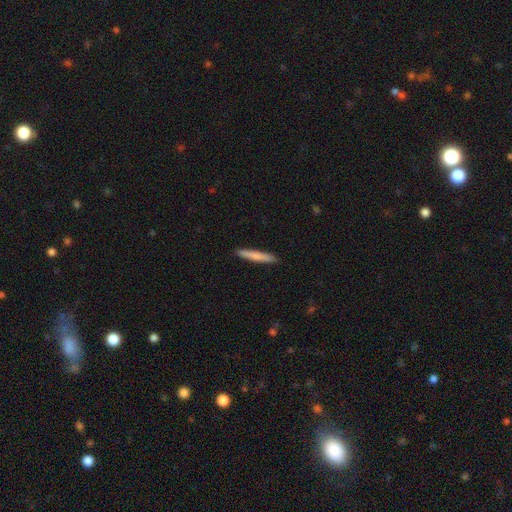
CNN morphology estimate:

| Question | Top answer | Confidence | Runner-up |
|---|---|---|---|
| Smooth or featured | smooth | 77% | featured or disk (17%) |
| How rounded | cigar-shaped | 95% | in between (4%) |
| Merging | none | 91% | minor disturbance (6%) |